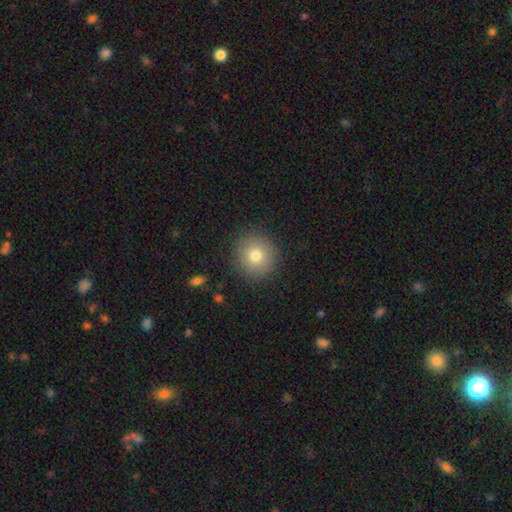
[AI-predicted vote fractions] Smooth or featured: smooth — 77% (featured or disk — 12%)
How rounded: round — 93% (in between — 6%)
Merging: none — 89% (minor disturbance — 7%)